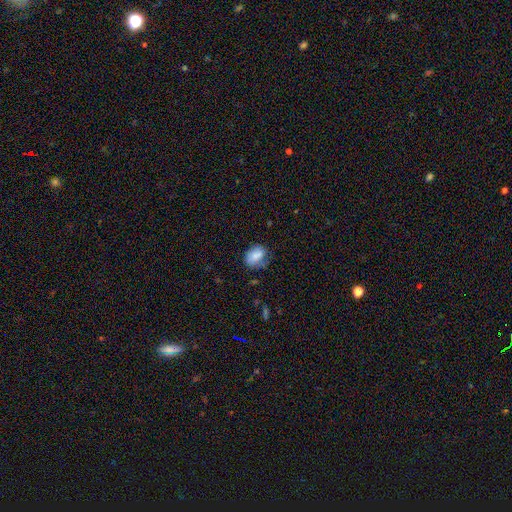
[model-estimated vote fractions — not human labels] smooth-or-featured: smooth: 78% | featured or disk: 14% | star or artifact: 8%
  how-rounded: in between: 66% | round: 33% | cigar-shaped: 1%
  merging: none: 53% | minor disturbance: 31% | major disturbance: 13% | merger: 2%